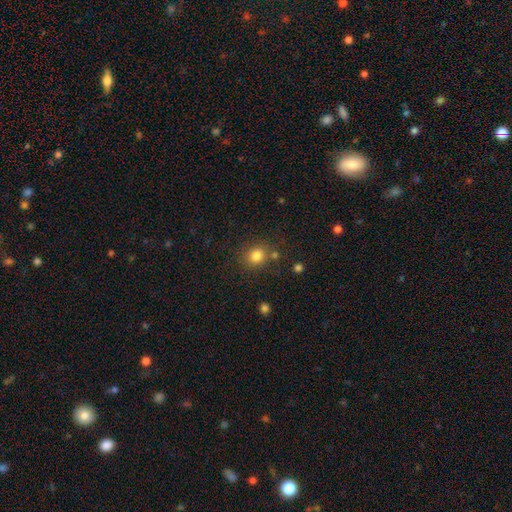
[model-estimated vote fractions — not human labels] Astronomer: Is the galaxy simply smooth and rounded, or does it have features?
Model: smooth — 81%.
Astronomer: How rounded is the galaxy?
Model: round — 79%.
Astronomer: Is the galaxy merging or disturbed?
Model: none — 77%.